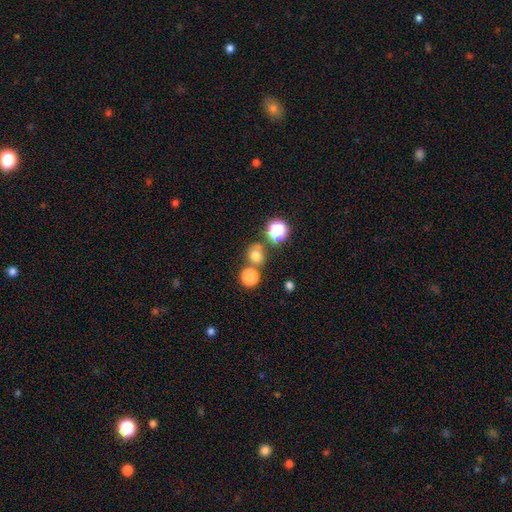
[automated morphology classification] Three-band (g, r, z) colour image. It shows a smooth galaxy with no disk features (70%) that is round (82%). Merging: none (63%).